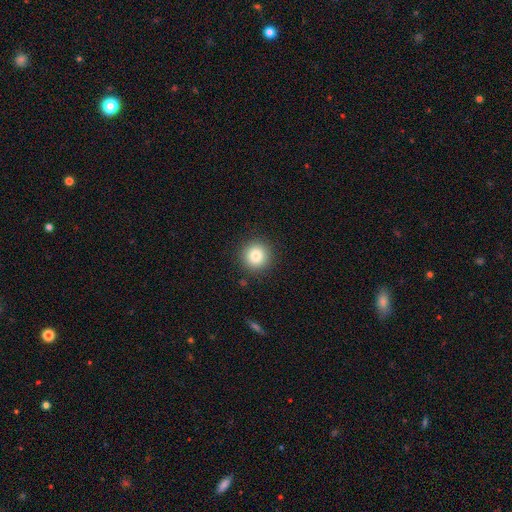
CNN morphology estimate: The model was most divided on "smooth or featured": smooth: 83%, star or artifact: 10%, featured or disk: 7%. More confident: how rounded — round (94%); merging — none (91%).